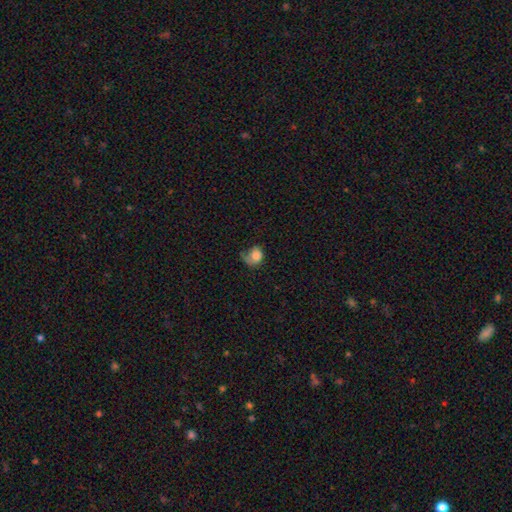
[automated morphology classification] This is likely a smooth galaxy (69%). How rounded: possibly round (57%). Merging: marginally major disturbance (39%).